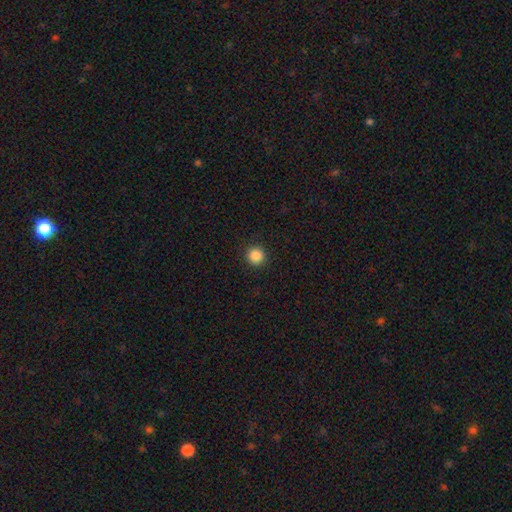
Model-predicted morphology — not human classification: smooth_or_featured: smooth (p=0.87) [alt: star or artifact p=0.11]
how_rounded: round (p=0.95) [alt: in between p=0.04]
merging: none (p=0.93) [alt: minor disturbance p=0.05]